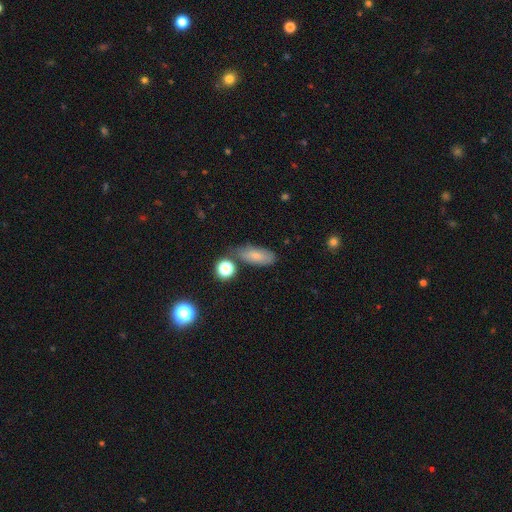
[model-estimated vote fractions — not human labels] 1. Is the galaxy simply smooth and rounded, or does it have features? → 77% smooth, 13% featured or disk, 10% star or artifact.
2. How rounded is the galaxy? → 78% in between, 17% cigar-shaped, 5% round.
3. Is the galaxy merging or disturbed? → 67% none, 20% minor disturbance, 7% merger, 5% major disturbance.